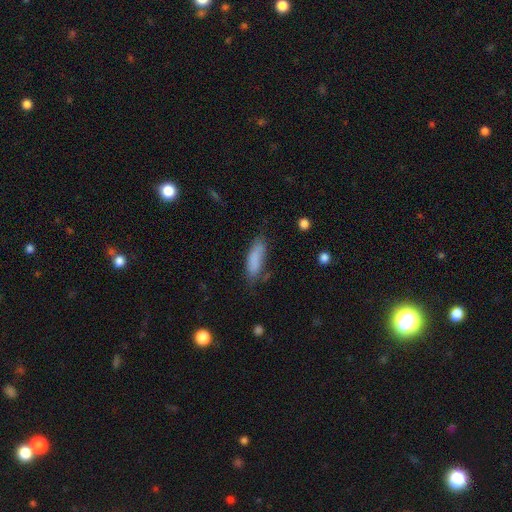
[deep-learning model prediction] smooth_or_featured: smooth (p=0.82) [alt: featured or disk p=0.10]
how_rounded: in between (p=0.56) [alt: cigar-shaped p=0.42]
merging: none (p=0.62) [alt: minor disturbance p=0.27]